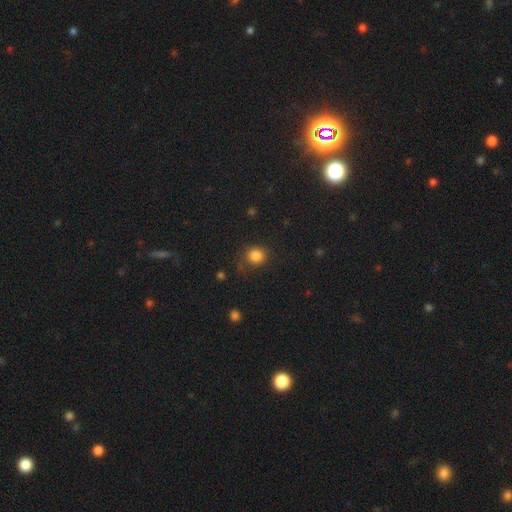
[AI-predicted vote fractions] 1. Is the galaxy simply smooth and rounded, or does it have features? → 83% smooth, 12% star or artifact, 5% featured or disk.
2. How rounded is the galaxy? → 81% round, 18% in between, 1% cigar-shaped.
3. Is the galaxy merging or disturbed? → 80% none, 13% minor disturbance, 5% major disturbance, 2% merger.